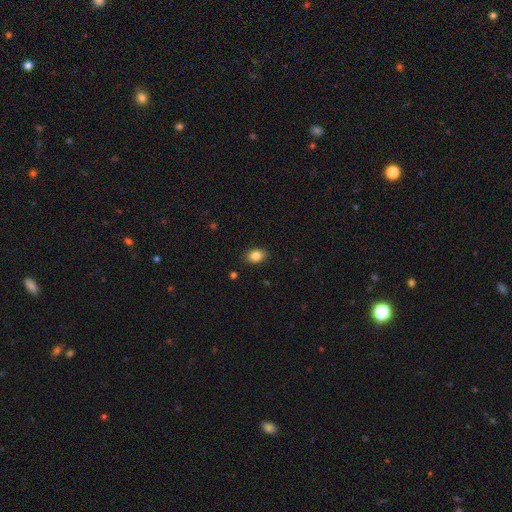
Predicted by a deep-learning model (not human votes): smooth-or-featured: smooth: 85% | star or artifact: 9% | featured or disk: 6%
  how-rounded: in between: 79% | round: 20% | cigar-shaped: 1%
  merging: none: 88% | minor disturbance: 9% | major disturbance: 2% | merger: 1%